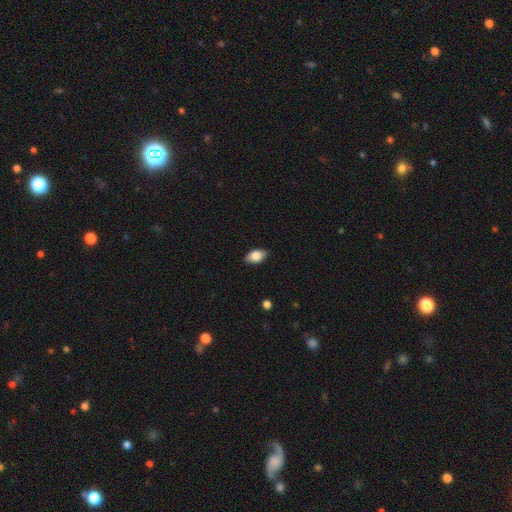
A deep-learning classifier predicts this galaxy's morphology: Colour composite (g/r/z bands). It shows a smooth galaxy with no disk features (85%) that is in between round and cigar-shaped (92%). Merging: none (87%).